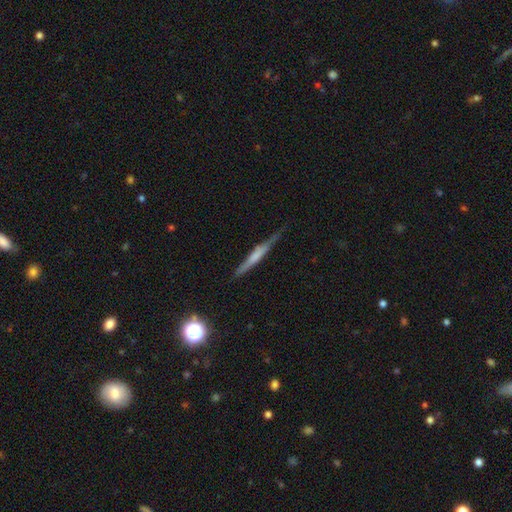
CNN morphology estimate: type=featured or disk (53%); edge-on=yes (96%); edge-on bulge=none (37%); merging=none (76%).